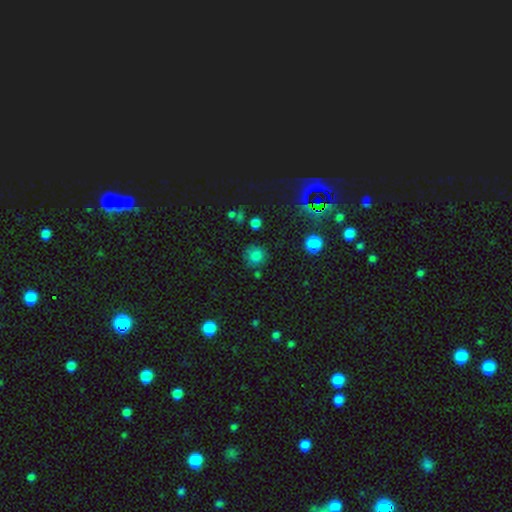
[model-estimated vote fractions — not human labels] The model was most divided on "merging": none: 73%, minor disturbance: 17%, major disturbance: 6%, merger: 5%. More confident: how rounded — round (87%); smooth or featured — smooth (76%).